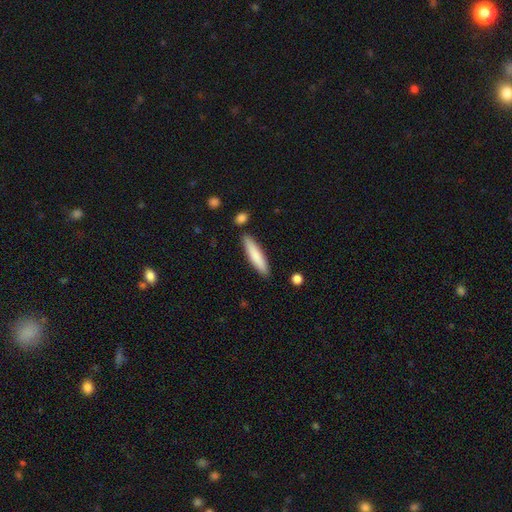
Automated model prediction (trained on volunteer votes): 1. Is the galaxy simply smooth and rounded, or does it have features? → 80% smooth, 15% featured or disk, 5% star or artifact.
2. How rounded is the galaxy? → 84% cigar-shaped, 15% in between, 1% round.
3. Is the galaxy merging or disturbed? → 87% none, 9% minor disturbance, 3% merger, 2% major disturbance.